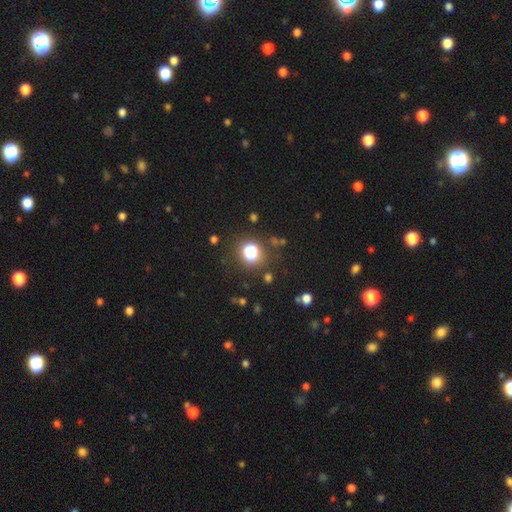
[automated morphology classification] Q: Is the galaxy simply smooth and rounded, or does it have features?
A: smooth — 61%.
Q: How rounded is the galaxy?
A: round — 87%.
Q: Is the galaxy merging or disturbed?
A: none — 85%.